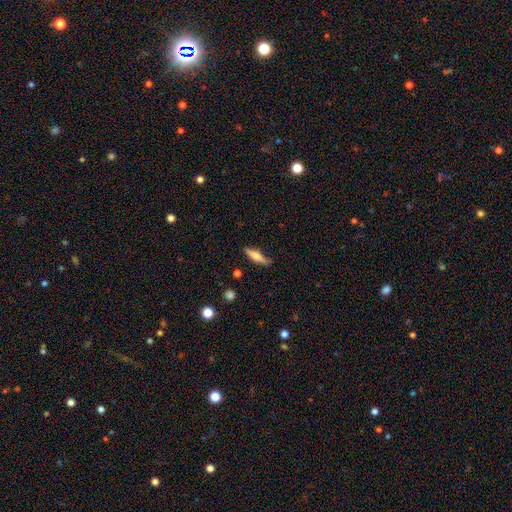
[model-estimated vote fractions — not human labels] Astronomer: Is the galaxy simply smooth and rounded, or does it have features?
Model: smooth — 53% (runner-up: featured or disk, 41%).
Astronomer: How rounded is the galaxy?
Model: cigar-shaped — 73%.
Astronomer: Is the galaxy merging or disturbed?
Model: none — 77%.